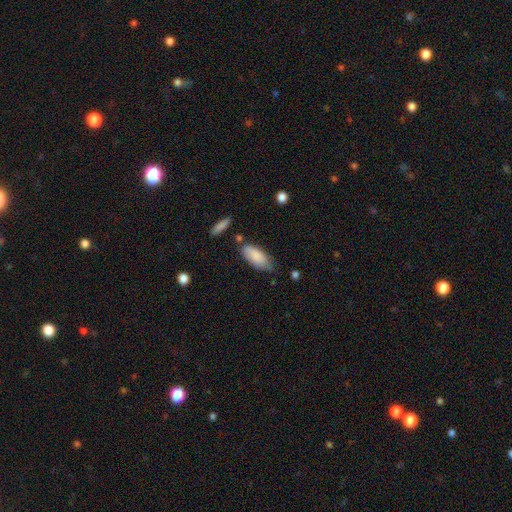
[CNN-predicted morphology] This appears to be a smooth galaxy with no disk features (86%) that is in between round and cigar-shaped (85%). Merging: none (65%).